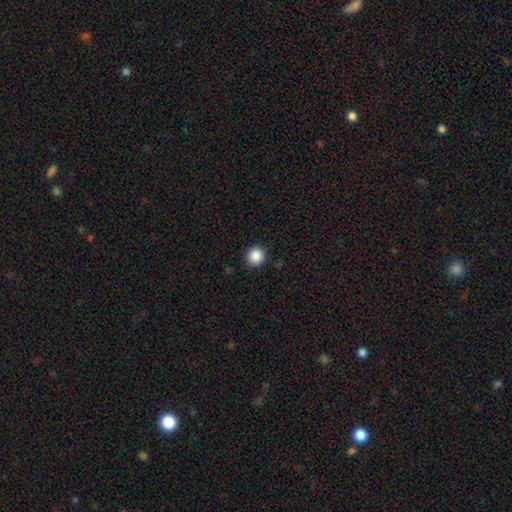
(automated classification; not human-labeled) Overall: smooth (87%). How rounded: round (93%). Merging: none (91%).